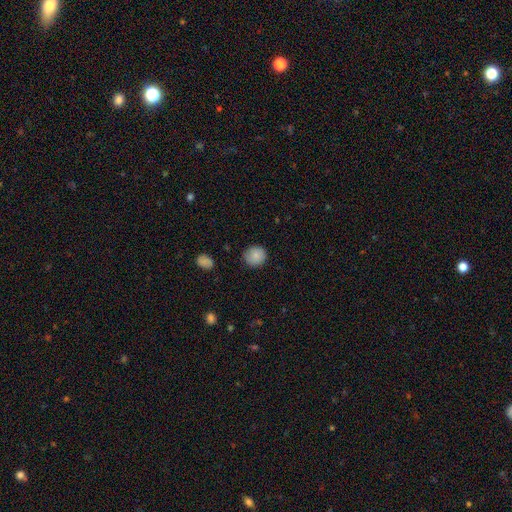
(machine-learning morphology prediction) Q: Smooth or featured?
A: smooth (87%); runner-up: star or artifact (8%)
Q: How rounded?
A: round (90%); runner-up: in between (9%)
Q: Merging?
A: none (86%); runner-up: minor disturbance (10%)